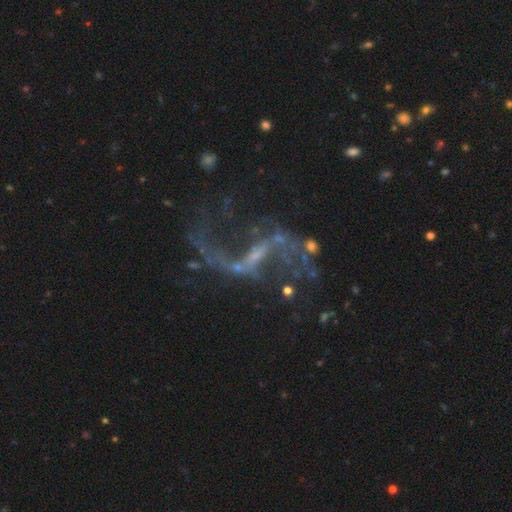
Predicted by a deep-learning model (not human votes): Smooth or featured? Predicted: featured or disk (p=0.84). Edge-on disk? Predicted: no (p=0.96). Bar? Predicted: weak (p=0.42). Spiral arms? Predicted: yes (p=0.84). Spiral winding? Predicted: loose (p=0.89). Spiral arm count? Predicted: 2 (p=0.87). Bulge size? Predicted: small (p=0.49). Merging? Predicted: none (p=0.47).